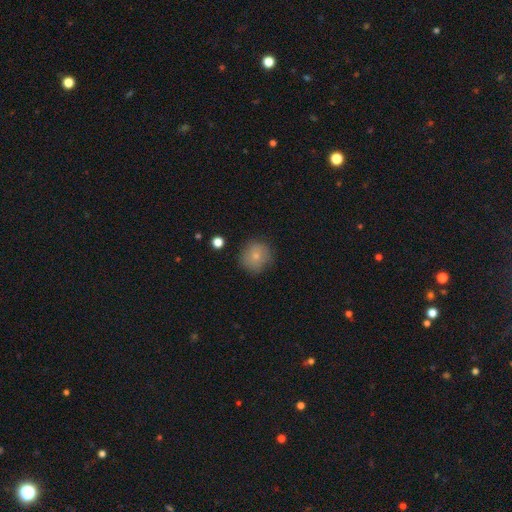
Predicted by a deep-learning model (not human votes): This is likely a smooth galaxy (78%). How rounded: clearly round (91%). Merging: clearly none (82%).